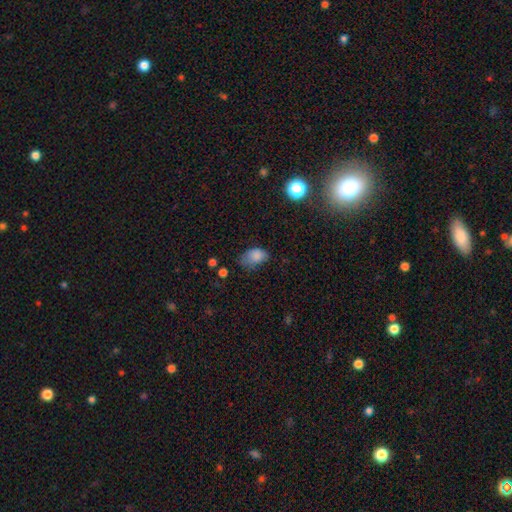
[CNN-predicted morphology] Q: Smooth or featured?
A: smooth (82%); runner-up: star or artifact (10%)
Q: How rounded?
A: in between (87%); runner-up: round (12%)
Q: Merging?
A: none (43%); runner-up: minor disturbance (39%)